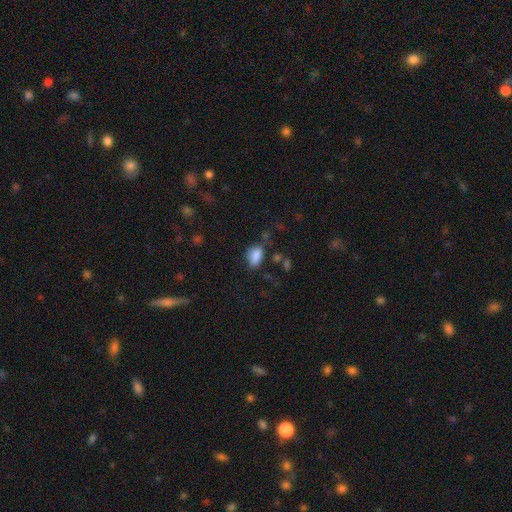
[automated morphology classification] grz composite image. It shows a smooth galaxy with no disk features (84%) that is in between round and cigar-shaped (88%). Merging: none (57%).